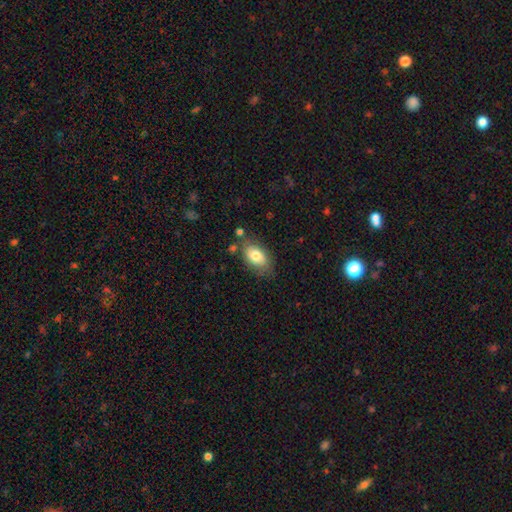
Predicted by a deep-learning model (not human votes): Morphology: type=smooth (77%); roundness=in between (90%); merging=none (71%).